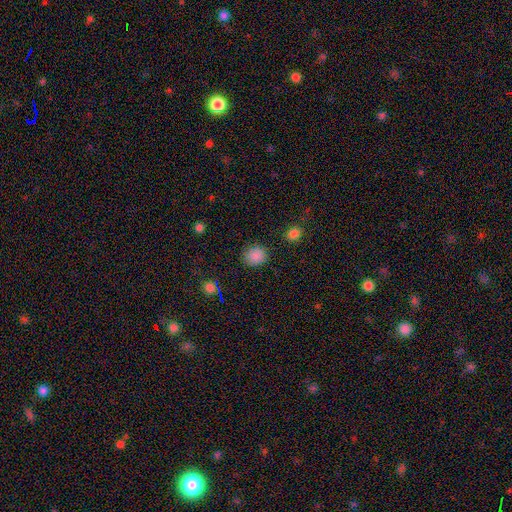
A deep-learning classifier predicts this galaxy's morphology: type=smooth (85%); roundness=round (75%); merging=none (85%).